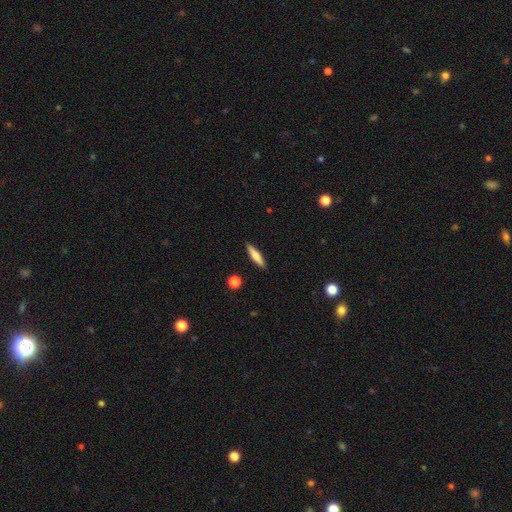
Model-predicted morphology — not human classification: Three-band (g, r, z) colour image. It shows a smooth galaxy with no disk features (62%) that is cigar-shaped (81%). Merging: none (90%).